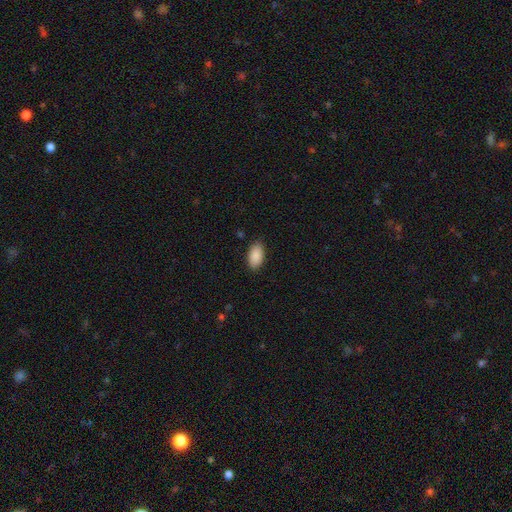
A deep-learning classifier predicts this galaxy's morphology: A smooth galaxy with no disk features (90%) that is in between round and cigar-shaped (95%).

Vote fractions:
- Smooth or featured? smooth: 90% / star or artifact: 7% / featured or disk: 4%
- How rounded? in between: 95% / round: 3% / cigar-shaped: 2%
- Merging? none: 86% / minor disturbance: 11% / major disturbance: 2% / merger: 1%